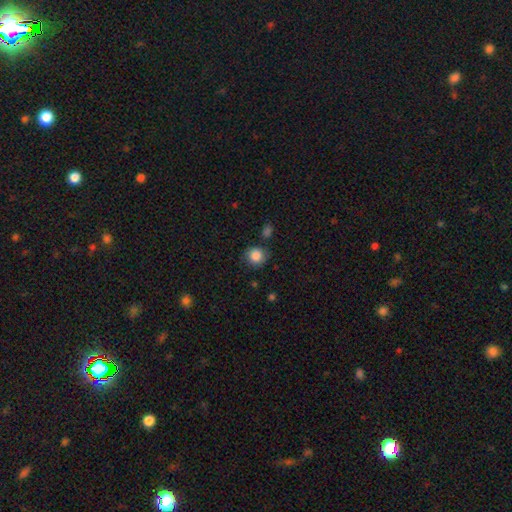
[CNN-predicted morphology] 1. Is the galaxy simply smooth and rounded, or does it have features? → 86% smooth, 9% star or artifact, 5% featured or disk.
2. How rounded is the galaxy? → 88% round, 11% in between, 1% cigar-shaped.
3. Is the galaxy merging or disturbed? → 78% none, 14% minor disturbance, 4% merger, 4% major disturbance.